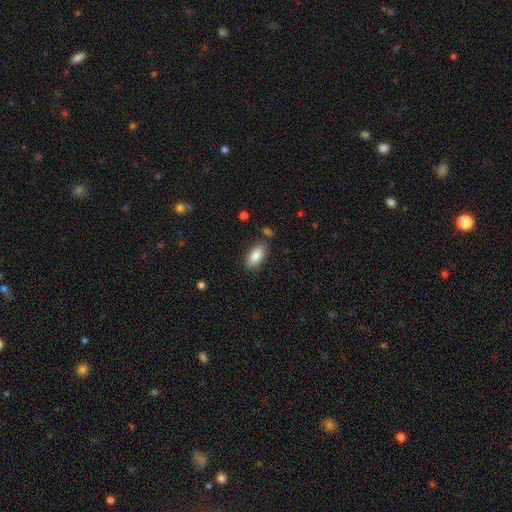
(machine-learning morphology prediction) Smooth or featured? Predicted: smooth (p=0.85). How rounded? Predicted: in between (p=0.81). Merging? Predicted: none (p=0.83).